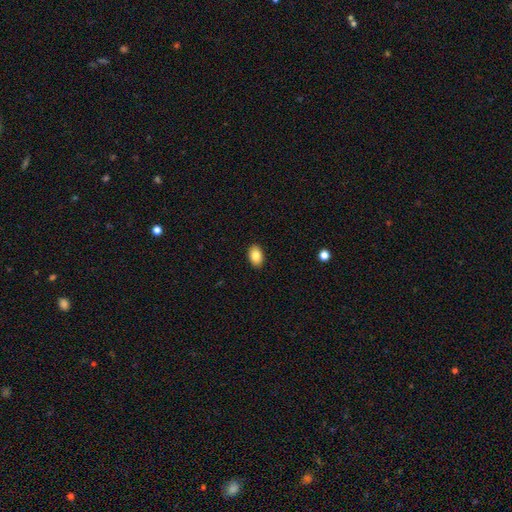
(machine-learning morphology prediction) Smooth or featured?
  - smooth: 85% *
  - star or artifact: 8%
  - featured or disk: 7%
How rounded?
  - in between: 87% *
  - round: 12%
  - cigar-shaped: 1%
Merging?
  - none: 90% *
  - minor disturbance: 7%
  - major disturbance: 2%
  - merger: 1%